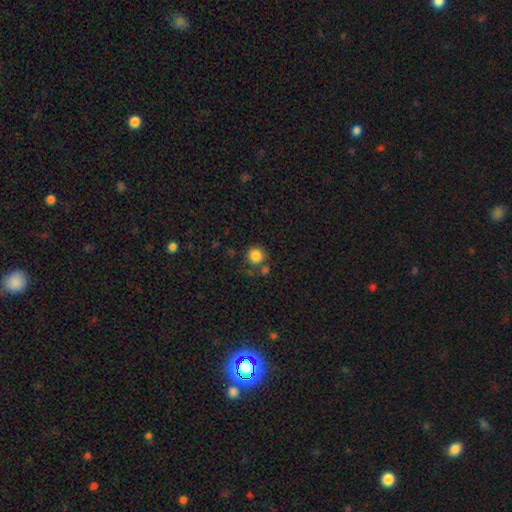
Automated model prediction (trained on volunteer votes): A smooth galaxy with no disk features (84%) that is round (92%). Merging: none (67%).